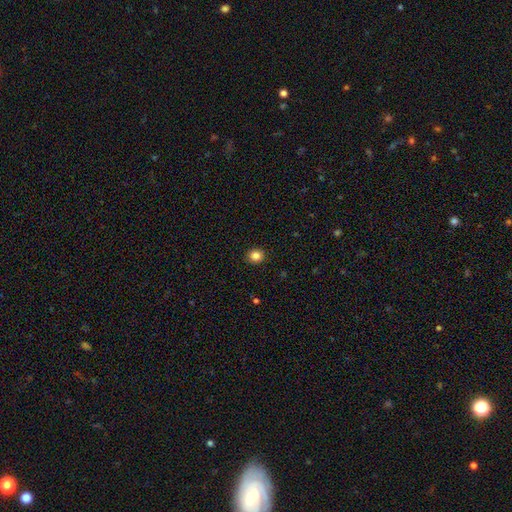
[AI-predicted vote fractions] Overall: smooth (84%). How rounded: round (81%). Merging: none (92%).